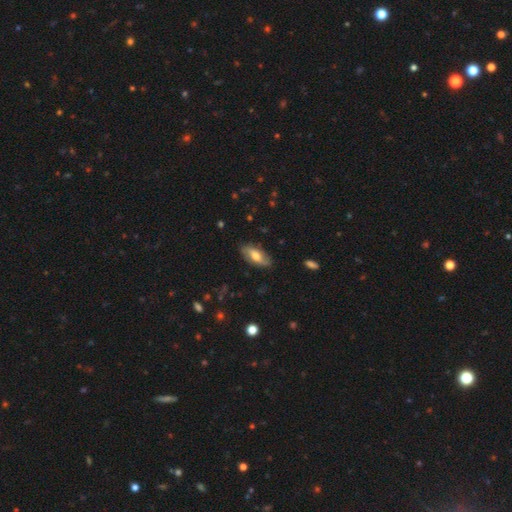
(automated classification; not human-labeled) Smooth or featured: smooth — 54% (featured or disk — 40%)
How rounded: in between — 82% (cigar-shaped — 15%)
Merging: none — 82% (minor disturbance — 13%)